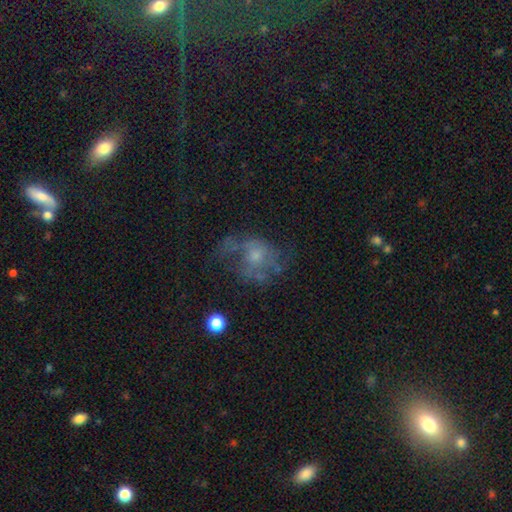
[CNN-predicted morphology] Overall: featured or disk (48%; star or artifact 32%). Merging: none (56%; major disturbance 22%).